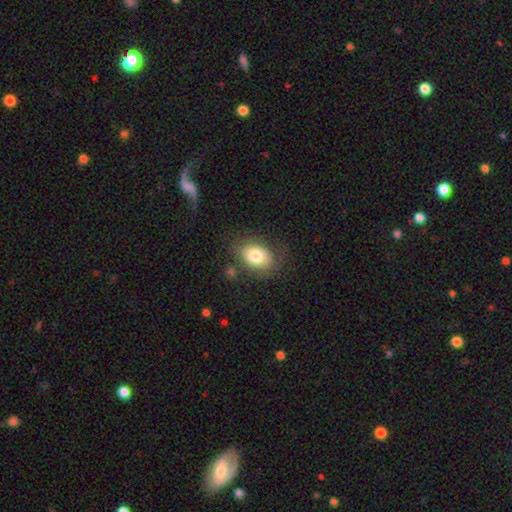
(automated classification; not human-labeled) This is likely a smooth galaxy (78%). How rounded: likely in between (77%). Merging: likely none (73%).